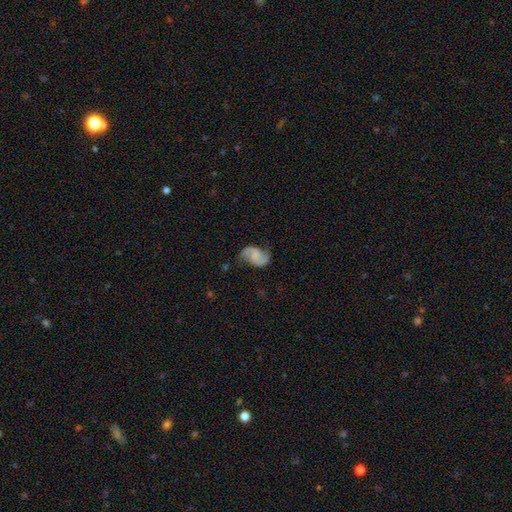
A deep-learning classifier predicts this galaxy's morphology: Overall: featured or disk (82%). Edge-on disk: no (98%). Bar: no (52%; weak 37%). Spiral arms: yes (96%). Spiral arm count: 2 (93%). Spiral winding: loose (48%; medium 41%). Bulge size: none (57%; small 27%). Merging: none (72%).